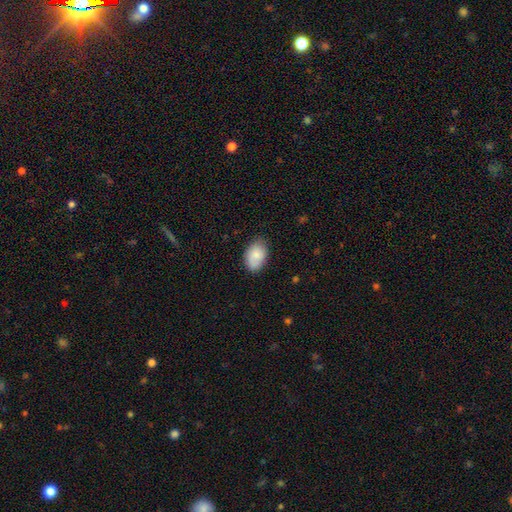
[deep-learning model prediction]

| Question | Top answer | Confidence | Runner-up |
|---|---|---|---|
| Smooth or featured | smooth | 82% | featured or disk (11%) |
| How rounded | in between | 87% | round (12%) |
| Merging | none | 74% | minor disturbance (21%) |